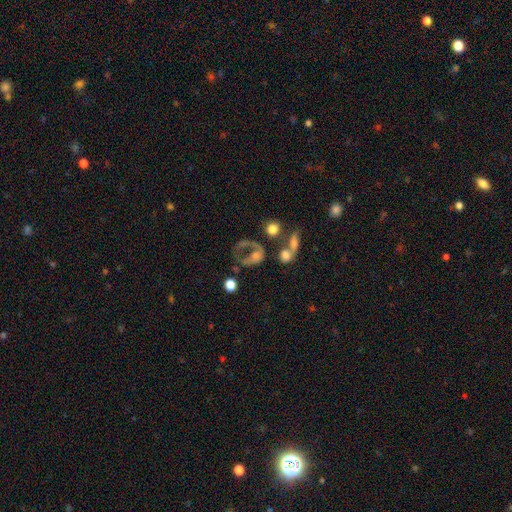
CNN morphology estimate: Q: Smooth or featured?
A: featured or disk (49%); runner-up: smooth (36%)
Q: Merging?
A: major disturbance (41%); runner-up: none (23%)